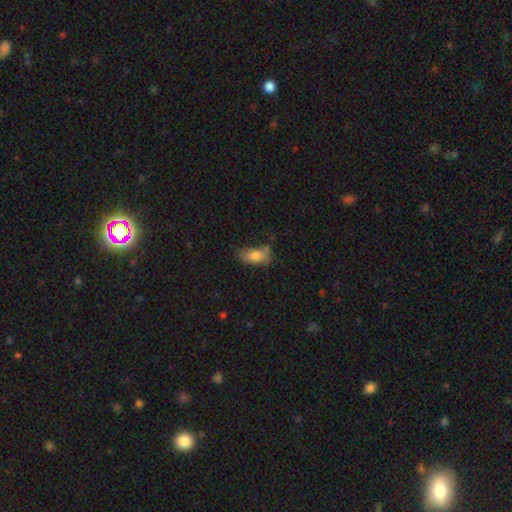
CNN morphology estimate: Smooth or featured: smooth — 79% (featured or disk — 13%)
How rounded: in between — 89% (cigar-shaped — 7%)
Merging: none — 61% (minor disturbance — 25%)